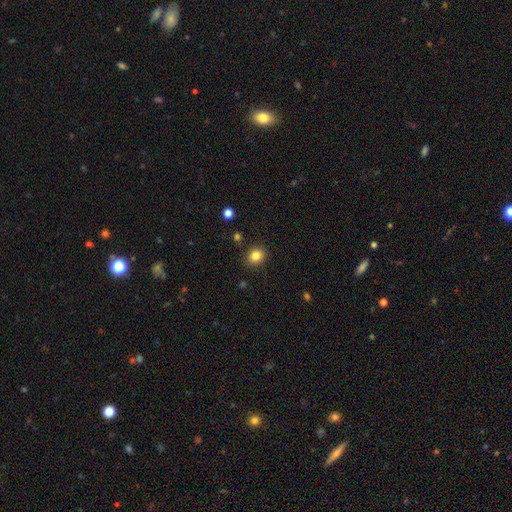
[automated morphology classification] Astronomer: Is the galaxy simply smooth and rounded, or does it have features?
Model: smooth — 83%.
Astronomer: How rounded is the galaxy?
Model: round — 74%.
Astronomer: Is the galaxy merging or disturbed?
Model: none — 88%.